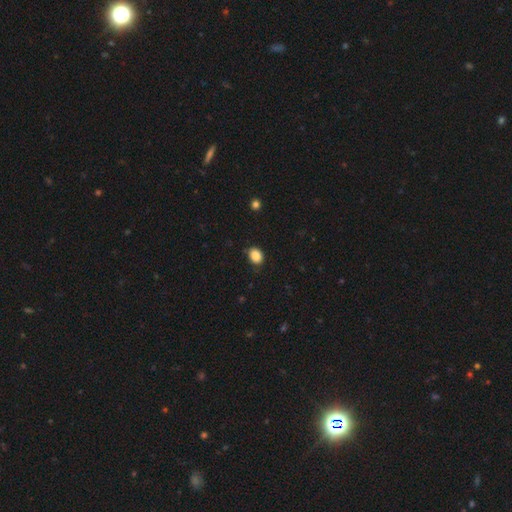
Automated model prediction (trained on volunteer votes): Q: Smooth or featured?
A: smooth (87%); runner-up: star or artifact (9%)
Q: How rounded?
A: in between (57%); runner-up: round (43%)
Q: Merging?
A: none (84%); runner-up: minor disturbance (13%)